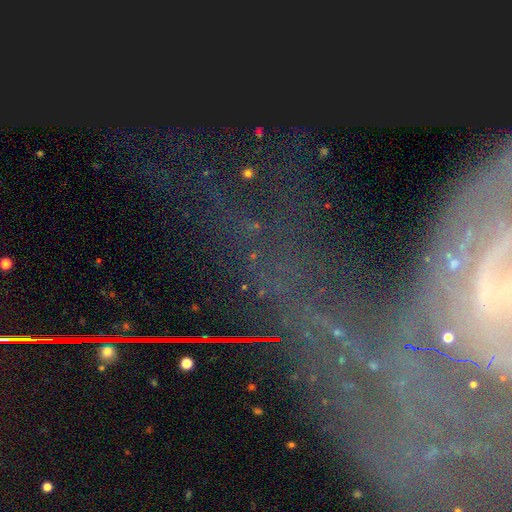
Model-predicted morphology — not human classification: Q: Smooth or featured?
A: featured or disk (47%); runner-up: star or artifact (37%)
Q: Merging?
A: none (55%); runner-up: major disturbance (19%)